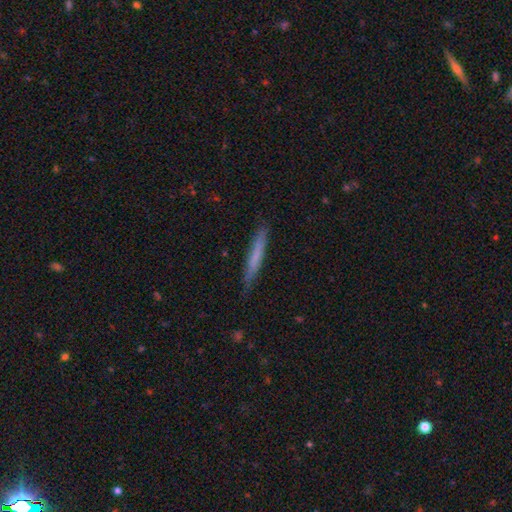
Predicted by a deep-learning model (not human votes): This is likely a smooth galaxy (63%). How rounded: clearly cigar-shaped (96%). Merging: clearly none (85%).